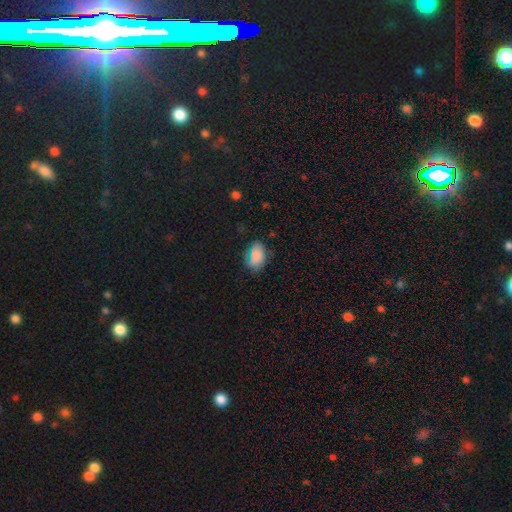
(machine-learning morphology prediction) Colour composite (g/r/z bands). It shows a smooth galaxy with no disk features (75%) that is in between round and cigar-shaped (82%). Merging: none (70%).